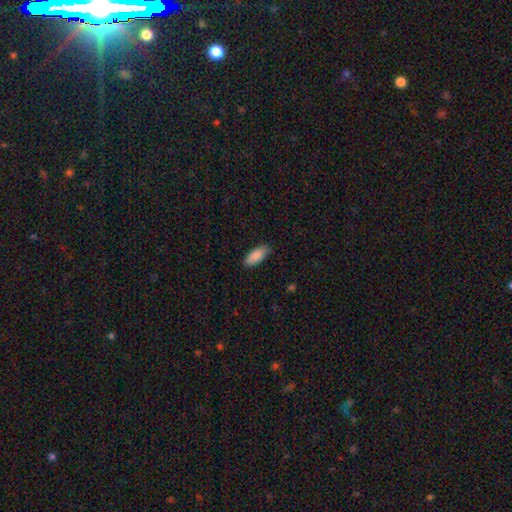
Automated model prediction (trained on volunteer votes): A smooth galaxy with no disk features (90%) that is in between round and cigar-shaped (85%). Merging: none (86%).